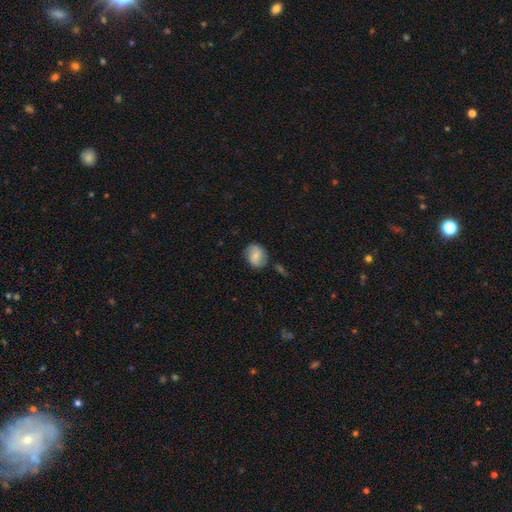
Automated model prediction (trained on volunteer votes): Smooth or featured?
  - smooth: 59% *
  - featured or disk: 34%
  - star or artifact: 8%
How rounded?
  - round: 60% *
  - in between: 39%
  - cigar-shaped: 1%
Merging?
  - none: 74% *
  - minor disturbance: 18%
  - major disturbance: 4%
  - merger: 4%